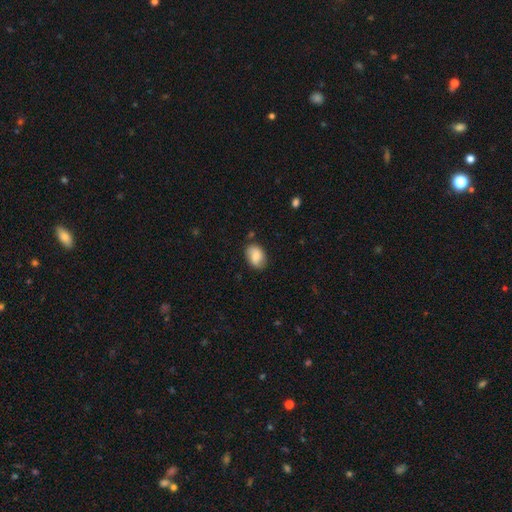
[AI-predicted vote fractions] Smooth or featured?
  - smooth: 77% *
  - featured or disk: 16%
  - star or artifact: 7%
How rounded?
  - in between: 82% *
  - round: 17%
  - cigar-shaped: 1%
Merging?
  - none: 77% *
  - minor disturbance: 17%
  - major disturbance: 3%
  - merger: 2%